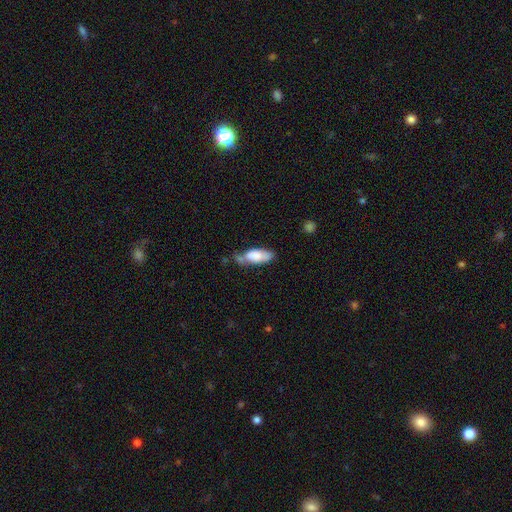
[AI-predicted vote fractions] Overall: smooth (78%). How rounded: in between (80%). Merging: none (41%; minor disturbance 33%).